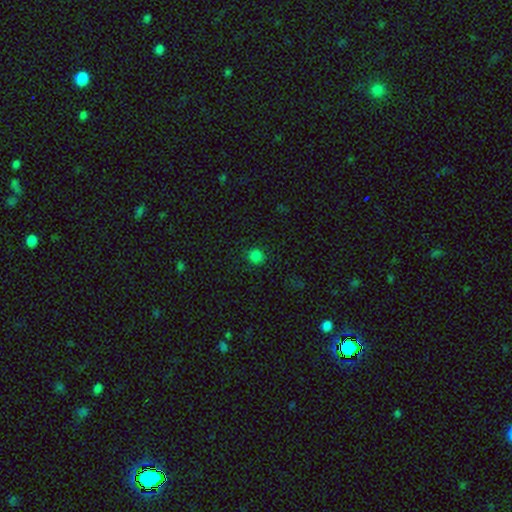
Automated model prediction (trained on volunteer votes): Smooth or featured: smooth — 82% (star or artifact — 15%)
How rounded: round — 91% (in between — 8%)
Merging: none — 89% (minor disturbance — 7%)